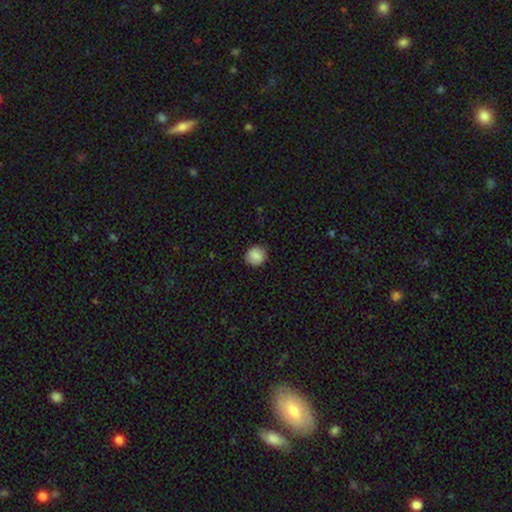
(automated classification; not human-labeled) A smooth galaxy with no disk features (87%) that is round (88%).

Vote fractions:
- Smooth or featured? smooth: 87% / star or artifact: 8% / featured or disk: 5%
- How rounded? round: 88% / in between: 11% / cigar-shaped: 1%
- Merging? none: 89% / minor disturbance: 8% / major disturbance: 2% / merger: 1%